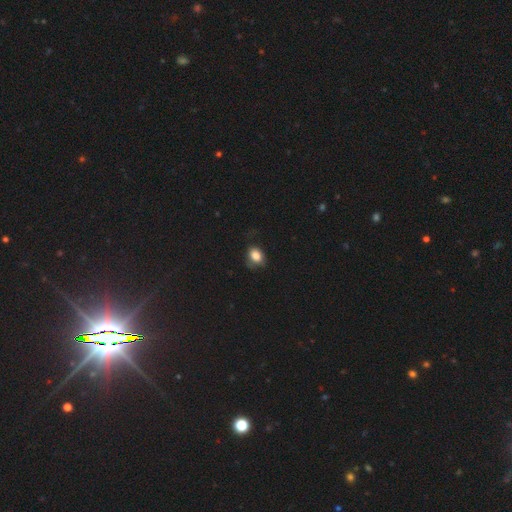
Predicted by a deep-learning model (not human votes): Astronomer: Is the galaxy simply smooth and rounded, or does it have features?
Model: smooth — 84%.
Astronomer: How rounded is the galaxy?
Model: in between — 63%.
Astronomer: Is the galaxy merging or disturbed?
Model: none — 64%.